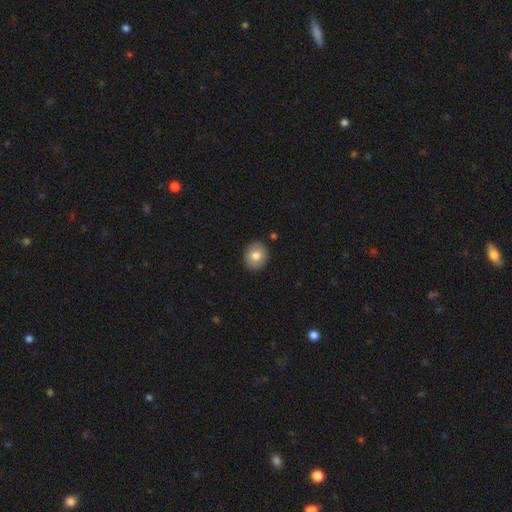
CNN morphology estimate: Smooth or featured: smooth — 80% (featured or disk — 13%)
How rounded: round — 63% (in between — 37%)
Merging: none — 89% (minor disturbance — 8%)